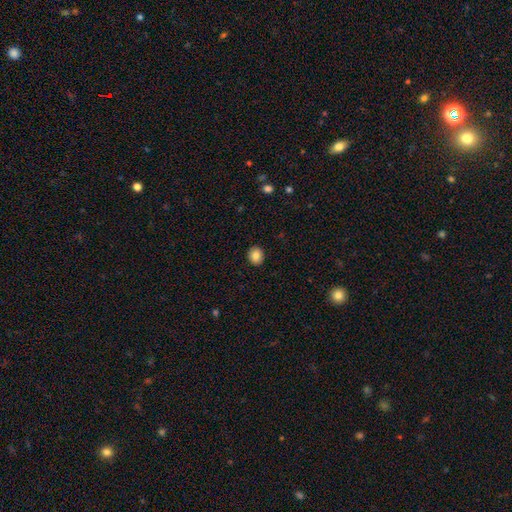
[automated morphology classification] A smooth galaxy with no disk features (83%) that is round (73%). Merging: none (91%).